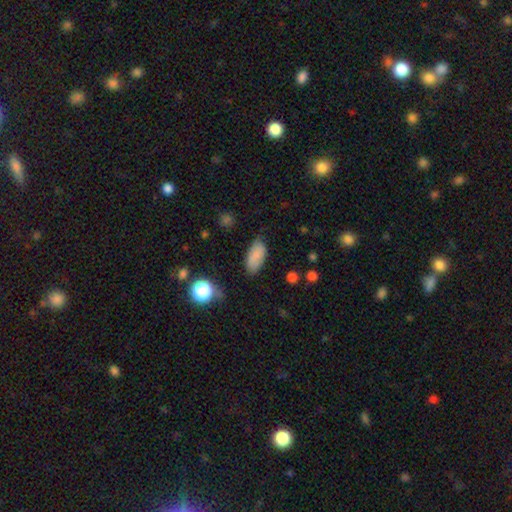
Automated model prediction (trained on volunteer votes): A smooth galaxy with no disk features (84%) that is in between round and cigar-shaped (91%). Merging: none (78%).